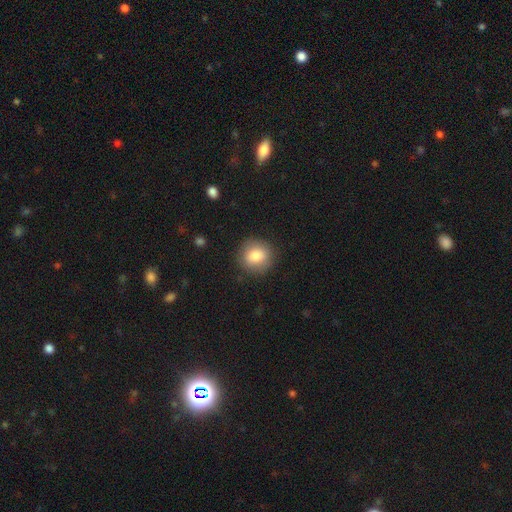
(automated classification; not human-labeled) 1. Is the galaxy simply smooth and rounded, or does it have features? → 82% smooth, 10% featured or disk, 8% star or artifact.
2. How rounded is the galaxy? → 88% round, 11% in between, 1% cigar-shaped.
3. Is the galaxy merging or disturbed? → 87% none, 9% minor disturbance, 3% major disturbance, 1% merger.